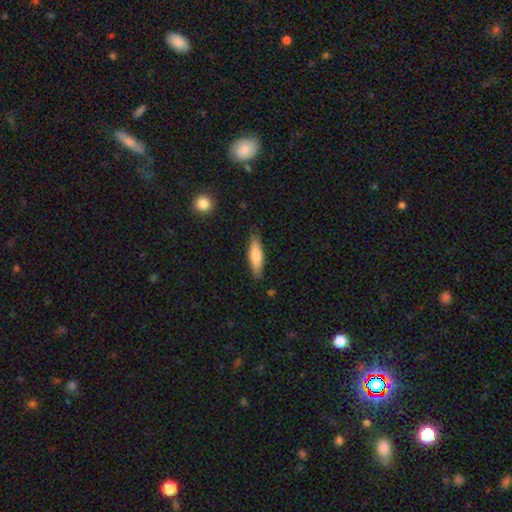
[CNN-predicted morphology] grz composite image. It shows a smooth galaxy with no disk features (73%) that is cigar-shaped (64%). Merging: none (85%).